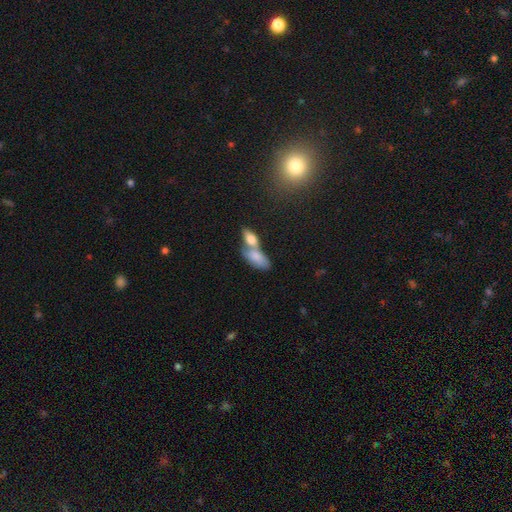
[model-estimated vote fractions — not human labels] Smooth or featured?
  - smooth: 74% *
  - featured or disk: 19%
  - star or artifact: 7%
How rounded?
  - in between: 85% *
  - cigar-shaped: 12%
  - round: 4%
Merging?
  - merger: 62% *
  - none: 24%
  - minor disturbance: 9%
  - major disturbance: 5%